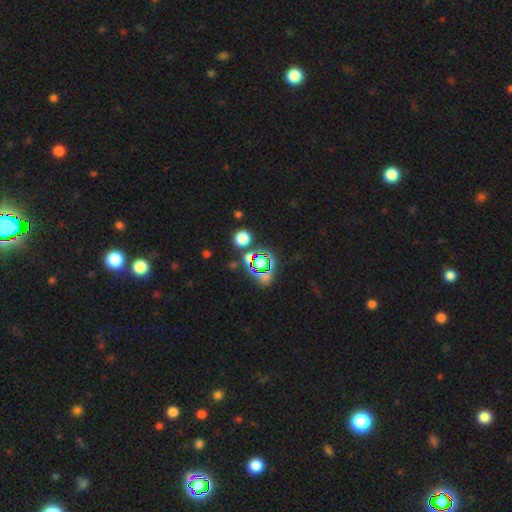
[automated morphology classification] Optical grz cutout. It shows a star or artifact, not a galaxy (53%).